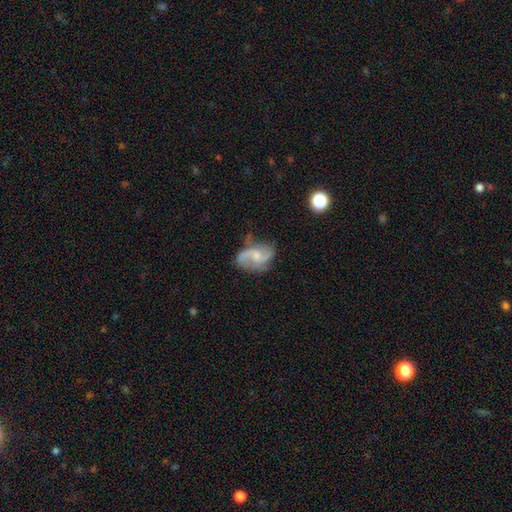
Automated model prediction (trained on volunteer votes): A featured or disk galaxy (77%) with no bar (50%), 2 (87%) loose (59%) spiral arms (93%) and a small central bulge (53%).

Vote fractions:
- Smooth or featured? featured or disk: 77% / smooth: 16% / star or artifact: 7%
- Edge-on disk? no: 97% / yes: 3%
- Bar? no: 50% / weak: 41% / strong: 8%
- Spiral arms? yes: 93% / no: 7%
- Spiral winding? loose: 59% / medium: 32% / tight: 9%
- Spiral arm count? 2: 87% / can't tell: 5% / 1: 3% / 3: 2% / 4: 1% / more than 4: 1%
- Bulge size? small: 53% / moderate: 34% / none: 10% / large: 2% / dominant: 1%
- Merging? none: 61% / minor disturbance: 25% / major disturbance: 11% / merger: 3%